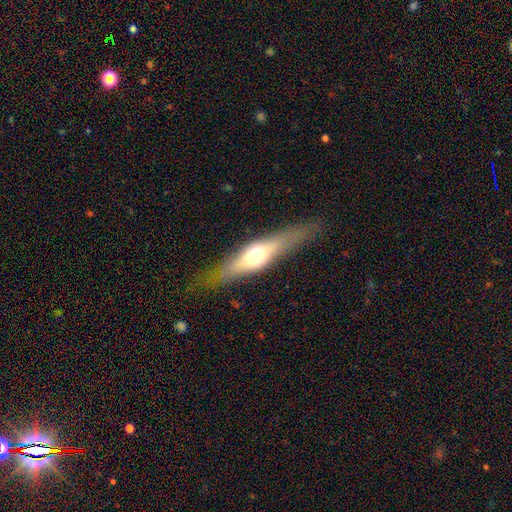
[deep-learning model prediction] Morphology: type=featured or disk (52%); edge-on=yes (84%); merging=none (77%).